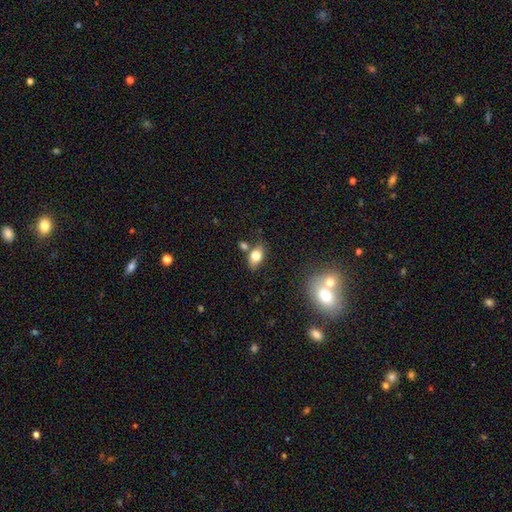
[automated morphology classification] Overall: smooth (77%). How rounded: in between (85%). Merging: none (68%).